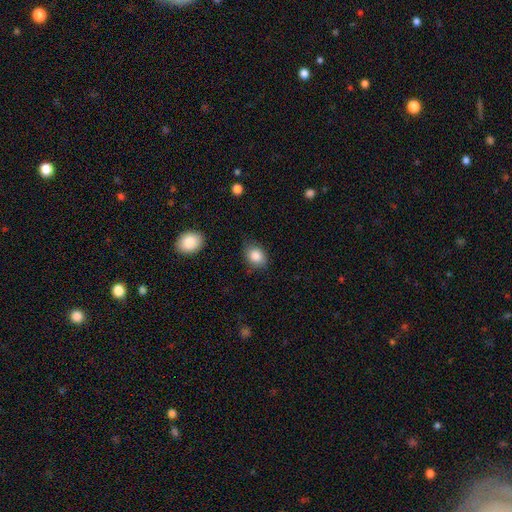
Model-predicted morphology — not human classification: Smooth or featured?
  - smooth: 86% *
  - star or artifact: 8%
  - featured or disk: 6%
How rounded?
  - in between: 63% *
  - round: 36%
  - cigar-shaped: 1%
Merging?
  - none: 81% *
  - minor disturbance: 14%
  - major disturbance: 3%
  - merger: 2%